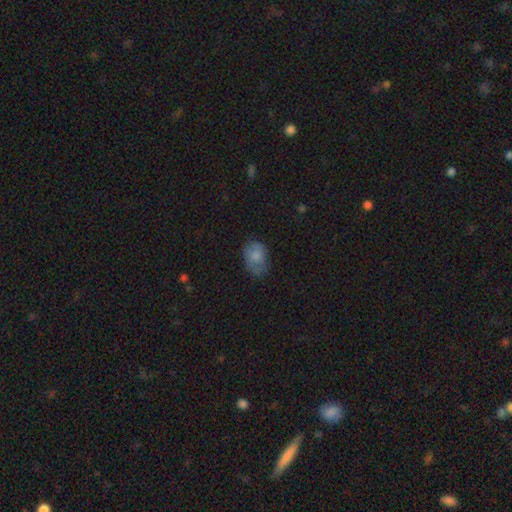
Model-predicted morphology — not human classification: smooth-or-featured: smooth: 71% | featured or disk: 21% | star or artifact: 8%
  how-rounded: in between: 82% | round: 17% | cigar-shaped: 1%
  merging: none: 62% | minor disturbance: 27% | major disturbance: 10% | merger: 1%